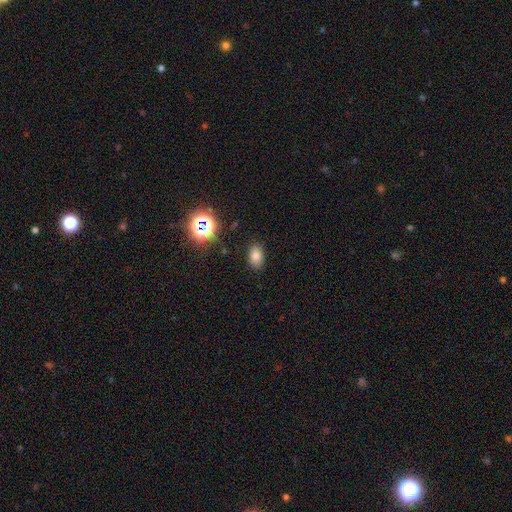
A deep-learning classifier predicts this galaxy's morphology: The model was most divided on "smooth or featured": smooth: 76%, star or artifact: 16%, featured or disk: 8%. More confident: merging — none (86%); how rounded — in between (84%).